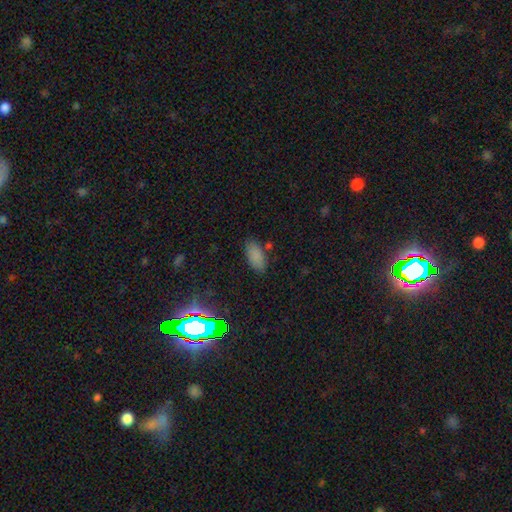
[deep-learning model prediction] smooth_or_featured: smooth (p=0.82) [alt: star or artifact p=0.12]
how_rounded: in between (p=0.91) [alt: cigar-shaped p=0.06]
merging: none (p=0.79) [alt: minor disturbance p=0.13]